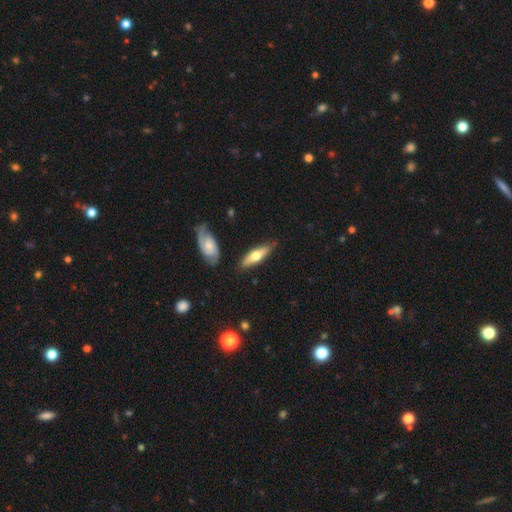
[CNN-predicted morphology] A smooth galaxy with no disk features (49%). Merging: none (80%).